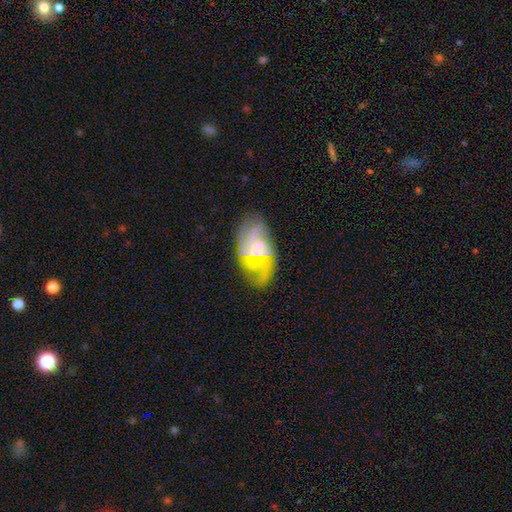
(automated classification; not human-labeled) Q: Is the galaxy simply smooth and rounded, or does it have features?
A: featured or disk — 78%.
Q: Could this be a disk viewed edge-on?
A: no — 96%.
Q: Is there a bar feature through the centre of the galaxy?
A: weak — 45%, tied with no.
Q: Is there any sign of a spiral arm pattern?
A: yes — 92%.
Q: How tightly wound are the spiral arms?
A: medium — 43%.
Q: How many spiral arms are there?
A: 3 — 30%.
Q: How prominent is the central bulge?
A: small — 56%.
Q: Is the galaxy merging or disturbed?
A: none — 67%.